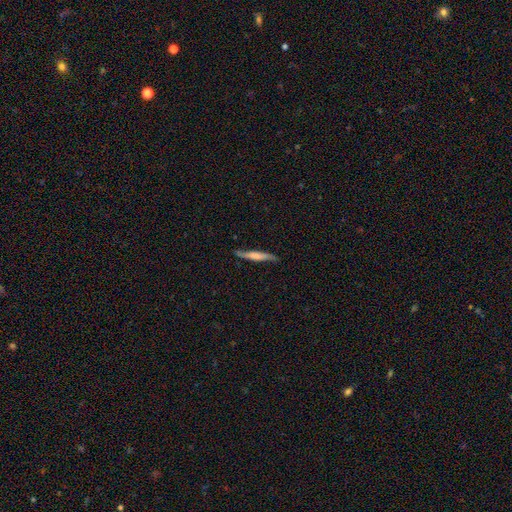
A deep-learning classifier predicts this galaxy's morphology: Smooth or featured? featured or disk (49%)
Merging? none (79%)